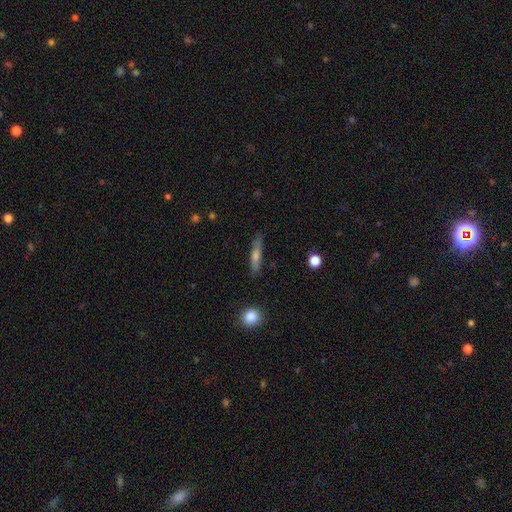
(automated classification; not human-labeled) Morphology: type=featured or disk (47%); merging=none (86%).